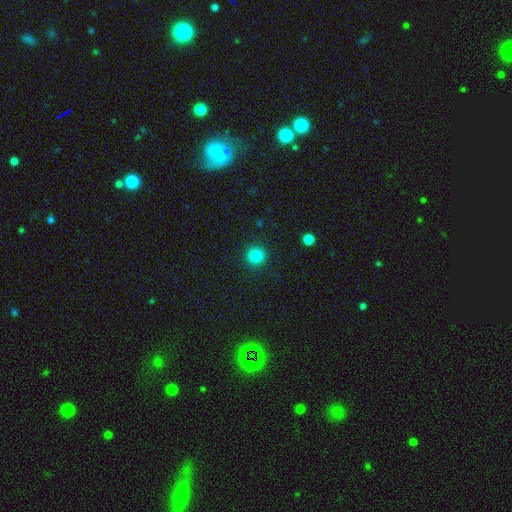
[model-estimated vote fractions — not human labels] This is clearly a smooth galaxy (84%). How rounded: clearly round (95%). Merging: clearly none (92%).